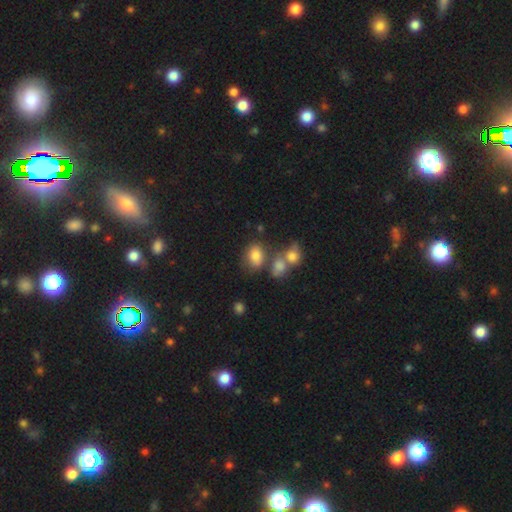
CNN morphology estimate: The model was most divided on "merging": none: 49%, merger: 28%, minor disturbance: 15%, major disturbance: 7%. More confident: smooth or featured — smooth (77%); how rounded — in between (70%).